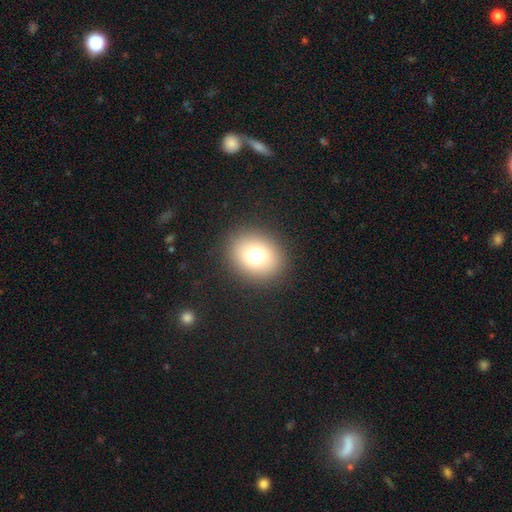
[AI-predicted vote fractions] The model was most divided on "how rounded": round: 71%, in between: 28%, cigar-shaped: 1%. More confident: merging — none (88%); smooth or featured — smooth (71%).